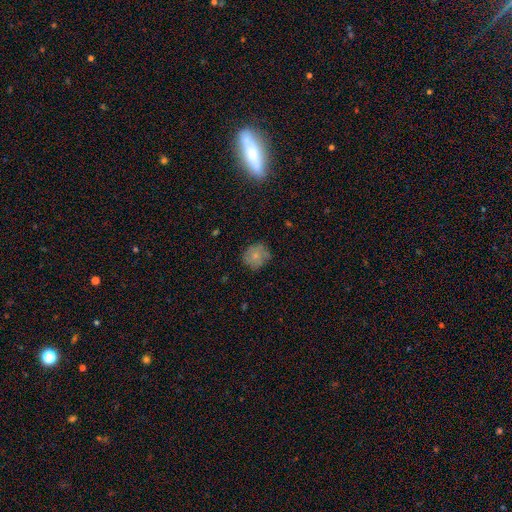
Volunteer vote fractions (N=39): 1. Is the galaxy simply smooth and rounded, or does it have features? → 72% smooth, 21% featured or disk, 8% star or artifact.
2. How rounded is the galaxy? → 64% round, 36% in between, 0% cigar-shaped.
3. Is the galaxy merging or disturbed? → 64% none, 33% minor disturbance, 3% major disturbance, 0% merger.